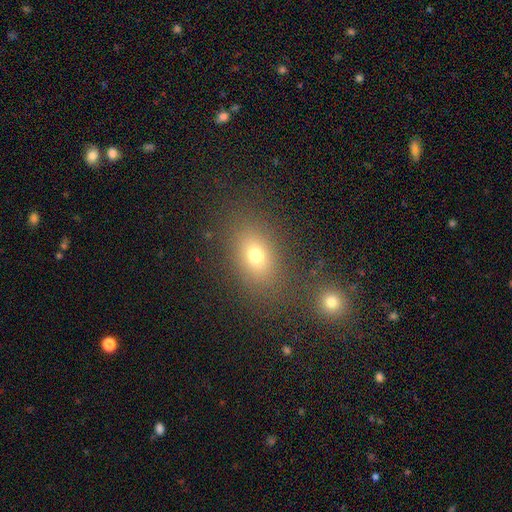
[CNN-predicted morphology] Smooth or featured? Predicted: smooth (p=0.71). How rounded? Predicted: in between (p=0.78). Merging? Predicted: none (p=0.76).